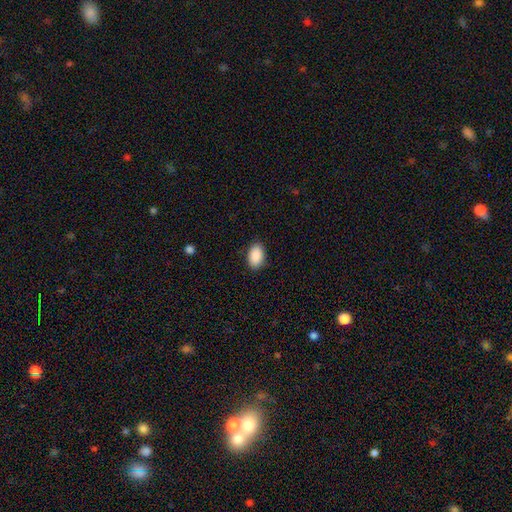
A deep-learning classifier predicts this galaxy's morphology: Smooth or featured?
  - smooth: 91% *
  - star or artifact: 7%
  - featured or disk: 3%
How rounded?
  - in between: 92% *
  - round: 7%
  - cigar-shaped: 1%
Merging?
  - none: 88% *
  - minor disturbance: 9%
  - major disturbance: 2%
  - merger: 1%